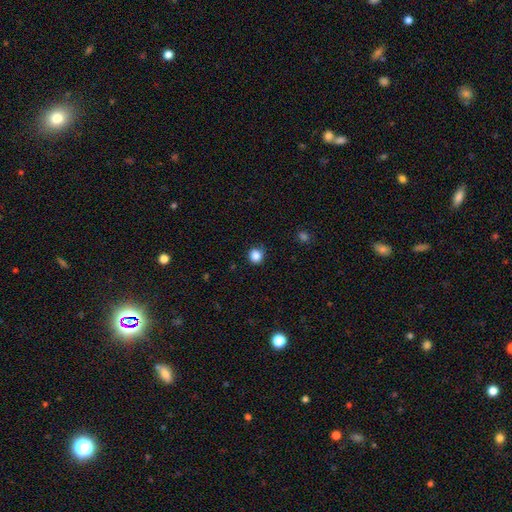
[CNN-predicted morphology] This is clearly a smooth galaxy (85%). How rounded: clearly round (90%). Merging: clearly none (87%).